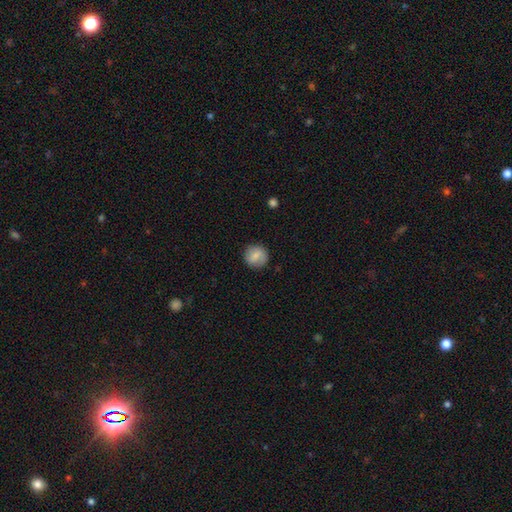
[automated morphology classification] A smooth galaxy with no disk features (74%) that is round (89%).

Vote fractions:
- Smooth or featured? smooth: 74% / featured or disk: 18% / star or artifact: 8%
- How rounded? round: 89% / in between: 10% / cigar-shaped: 1%
- Merging? none: 84% / minor disturbance: 12% / major disturbance: 3% / merger: 1%